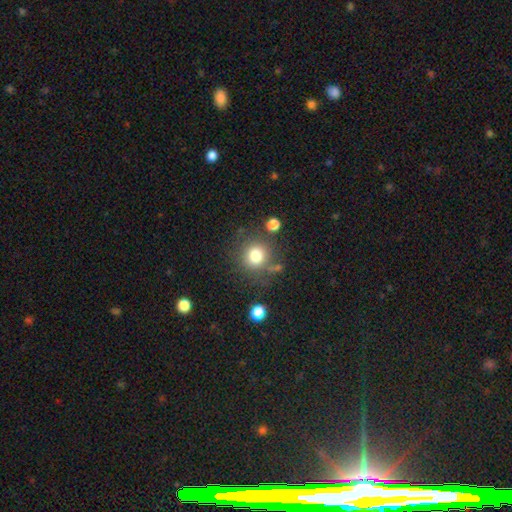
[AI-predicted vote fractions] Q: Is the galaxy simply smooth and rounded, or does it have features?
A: smooth — 79%.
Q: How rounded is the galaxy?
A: round — 91%.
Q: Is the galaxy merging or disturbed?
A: none — 76%.